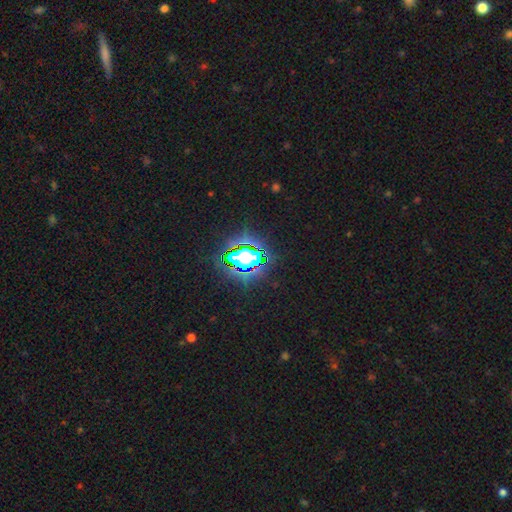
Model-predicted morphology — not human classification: smooth-or-featured: star or artifact: 79% | smooth: 13% | featured or disk: 8%